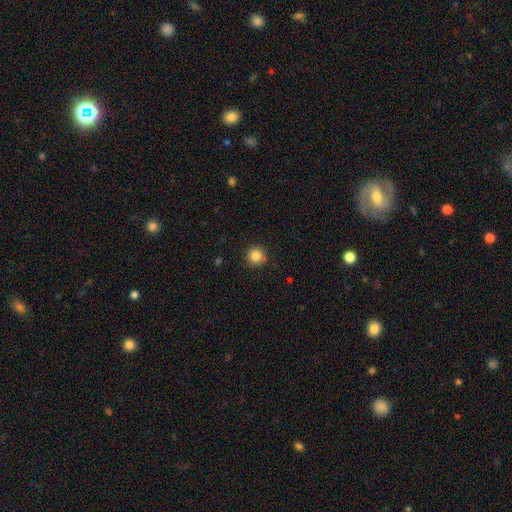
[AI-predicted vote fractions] Morphology: type=smooth (86%); roundness=round (94%); merging=none (89%).